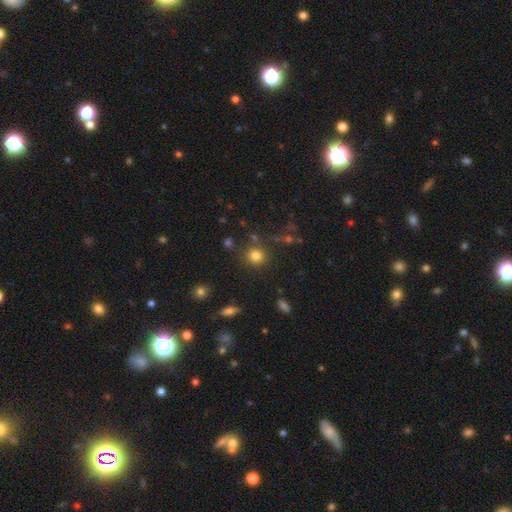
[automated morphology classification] Overall: smooth (80%). How rounded: round (88%). Merging: none (83%).